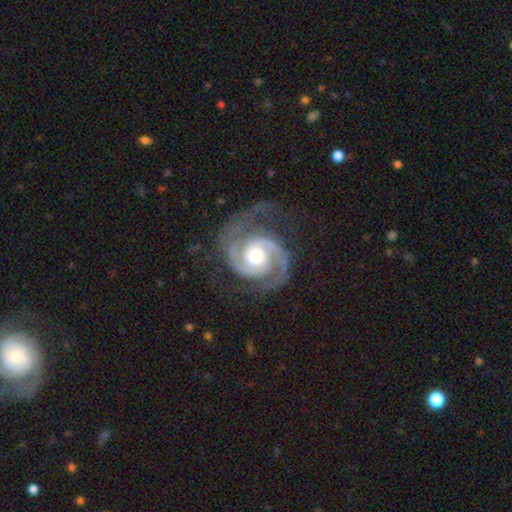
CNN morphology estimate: Smooth or featured? featured or disk (94%)
Edge-on disk? no (98%)
Bar? no (65%)
Spiral arms? yes (99%)
Spiral winding? medium (47%)
Spiral arm count? 2 (91%)
Bulge size? moderate (68%)
Merging? none (70%)